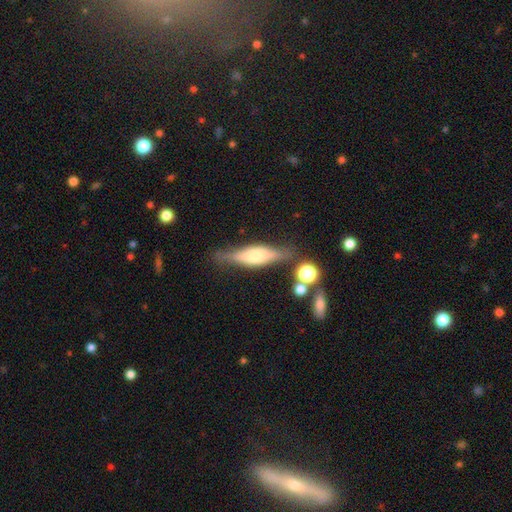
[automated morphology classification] Q: Smooth or featured?
A: featured or disk (55%); runner-up: smooth (38%)
Q: Edge-on disk?
A: yes (91%); runner-up: no (9%)
Q: Merging?
A: none (75%); runner-up: minor disturbance (16%)